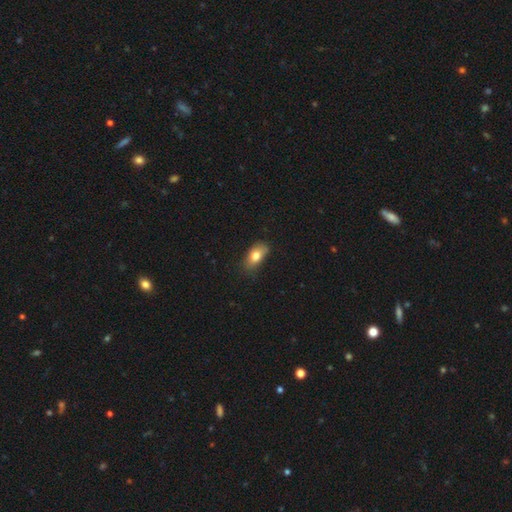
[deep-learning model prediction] This is likely a smooth galaxy (77%). How rounded: clearly in between (87%). Merging: likely none (67%).